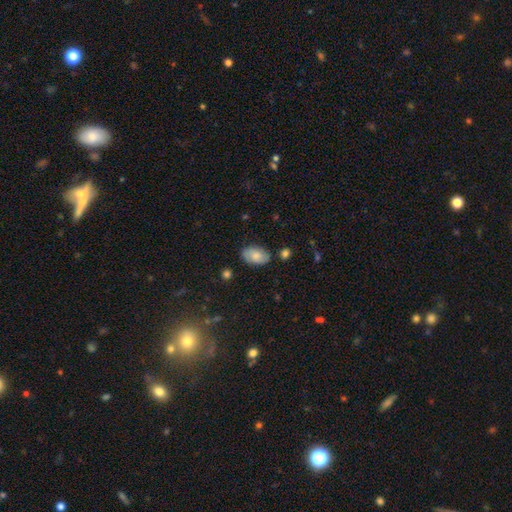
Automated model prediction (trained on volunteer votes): Q: Smooth or featured?
A: smooth (68%); runner-up: featured or disk (25%)
Q: How rounded?
A: in between (91%); runner-up: round (8%)
Q: Merging?
A: none (78%); runner-up: minor disturbance (16%)